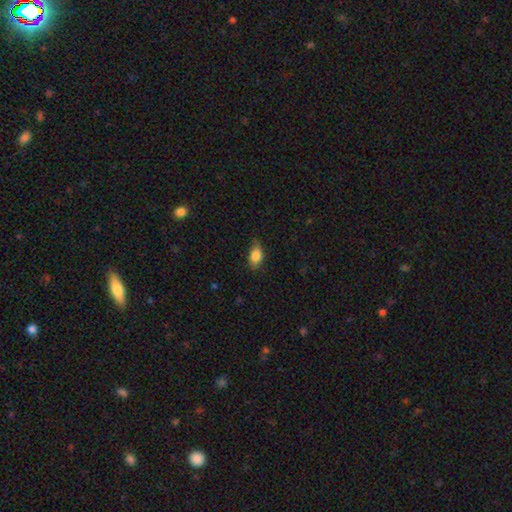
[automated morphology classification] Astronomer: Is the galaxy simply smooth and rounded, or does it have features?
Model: smooth — 81%.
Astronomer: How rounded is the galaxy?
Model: in between — 85%.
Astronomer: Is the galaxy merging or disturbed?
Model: none — 68%.